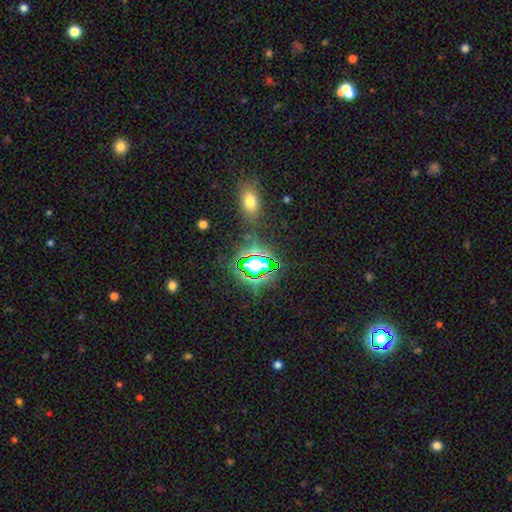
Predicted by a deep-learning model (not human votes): smooth-or-featured: star or artifact: 66% | smooth: 24% | featured or disk: 10%